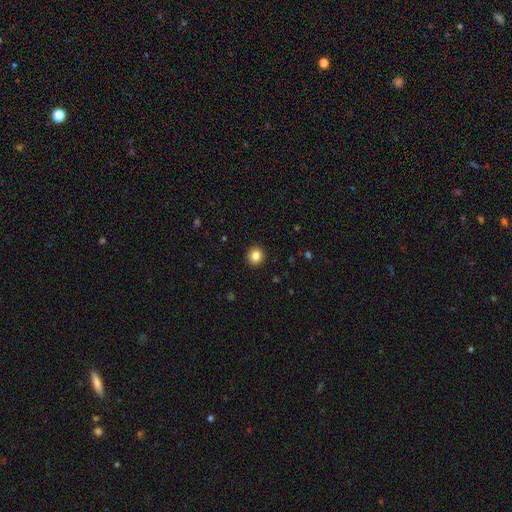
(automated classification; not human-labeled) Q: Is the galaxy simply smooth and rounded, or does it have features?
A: smooth — 86%.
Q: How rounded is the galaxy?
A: round — 86%.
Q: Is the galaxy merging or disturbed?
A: none — 92%.